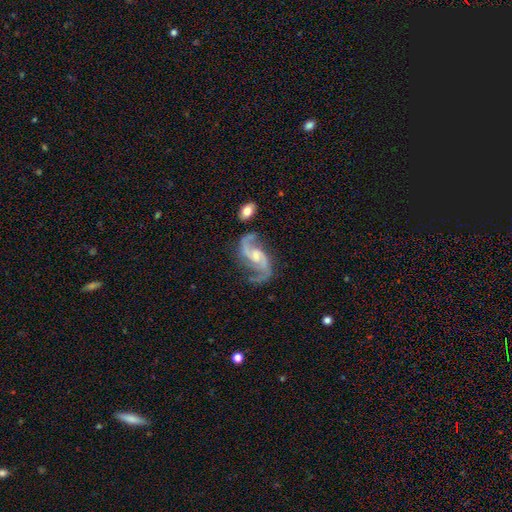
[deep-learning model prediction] smooth_or_featured: featured or disk (p=0.91) [alt: star or artifact p=0.05]
disk_edge_on: no (p=0.97) [alt: yes p=0.03]
bar: no (p=0.44) [alt: weak p=0.41]
has_spiral_arms: yes (p=0.98) [alt: no p=0.02]
spiral_winding: loose (p=0.55) [alt: medium p=0.38]
spiral_arm_count: 2 (p=0.92) [alt: 3 p=0.02]
bulge_size: small (p=0.49) [alt: moderate p=0.44]
merging: none (p=0.65) [alt: minor disturbance p=0.18]